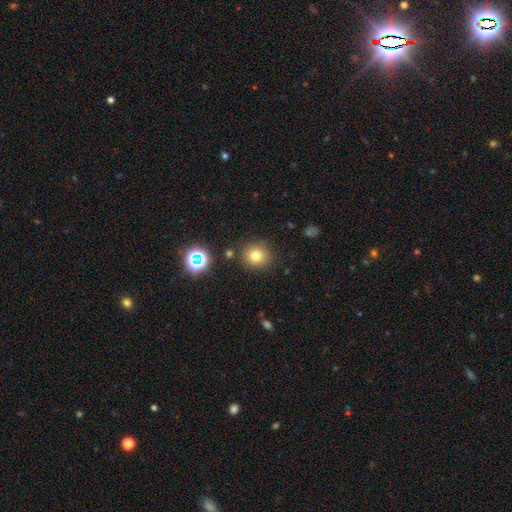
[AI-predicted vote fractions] Smooth or featured? smooth (75%)
How rounded? round (89%)
Merging? none (83%)